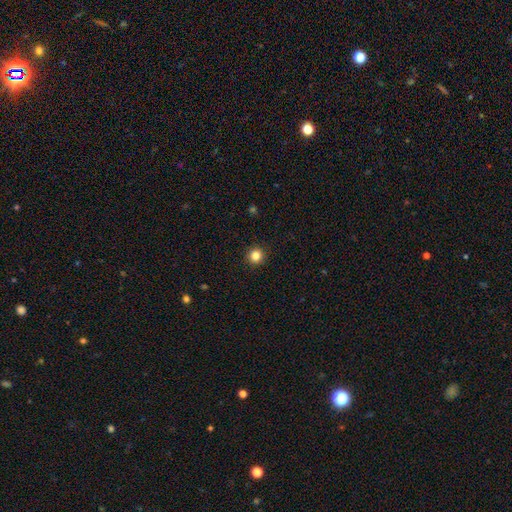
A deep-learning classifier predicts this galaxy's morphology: smooth 84%, star or artifact 12%, featured or disk 4%. Down the decision tree: how rounded — round (94%); merging — none (93%).